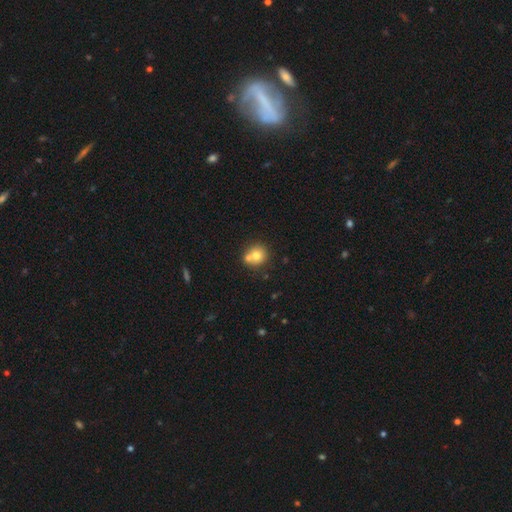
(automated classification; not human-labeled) smooth-or-featured: smooth: 73% | featured or disk: 16% | star or artifact: 11%
  how-rounded: round: 84% | in between: 15% | cigar-shaped: 1%
  merging: none: 51% | merger: 37% | minor disturbance: 9% | major disturbance: 3%